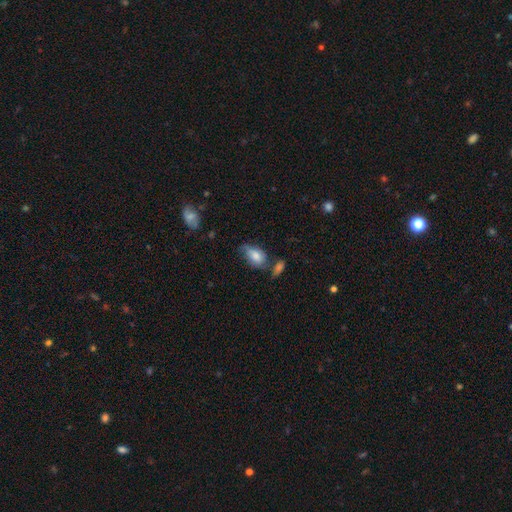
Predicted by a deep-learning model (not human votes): A smooth galaxy with no disk features (76%) that is in between round and cigar-shaped (90%).

Vote fractions:
- Smooth or featured? smooth: 76% / featured or disk: 17% / star or artifact: 7%
- How rounded? in between: 90% / round: 8% / cigar-shaped: 2%
- Merging? none: 40% / minor disturbance: 32% / merger: 15% / major disturbance: 13%